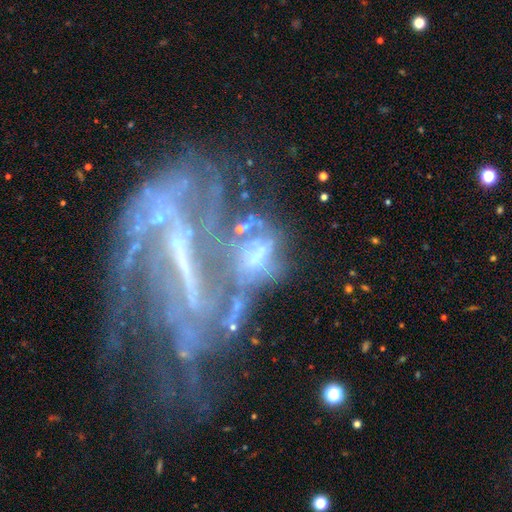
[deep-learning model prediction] Morphology: type=featured or disk (62%); edge-on=no (91%); bar=no (53%); spiral arms=no (54%); bulge=none (46%); merging=merger (45%).